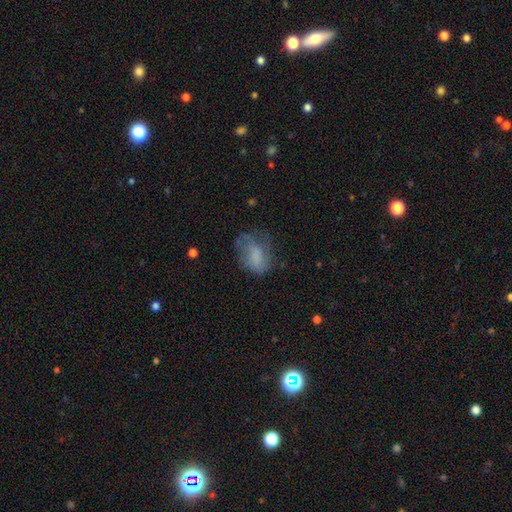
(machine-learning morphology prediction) smooth-or-featured: smooth: 61% | featured or disk: 28% | star or artifact: 11%
  how-rounded: in between: 77% | round: 21% | cigar-shaped: 2%
  merging: none: 44% | minor disturbance: 28% | major disturbance: 26% | merger: 2%